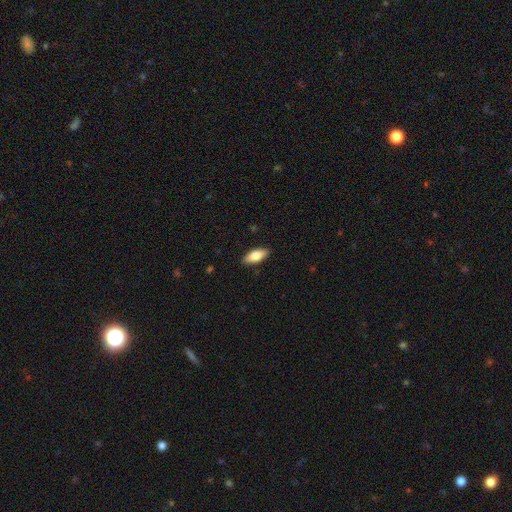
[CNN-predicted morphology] type=smooth (75%); roundness=in between (80%); merging=none (89%).